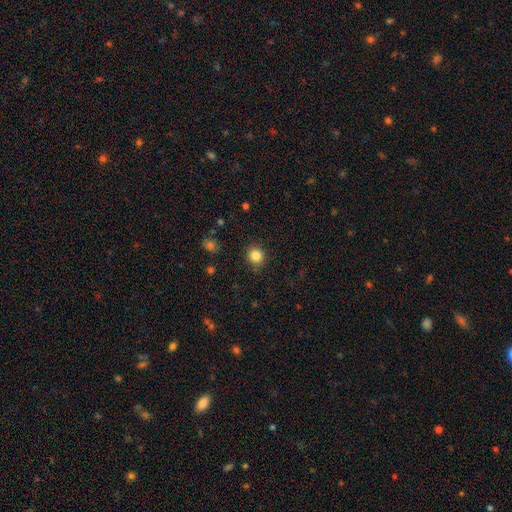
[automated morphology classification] type=smooth (84%); roundness=round (90%); merging=none (89%).